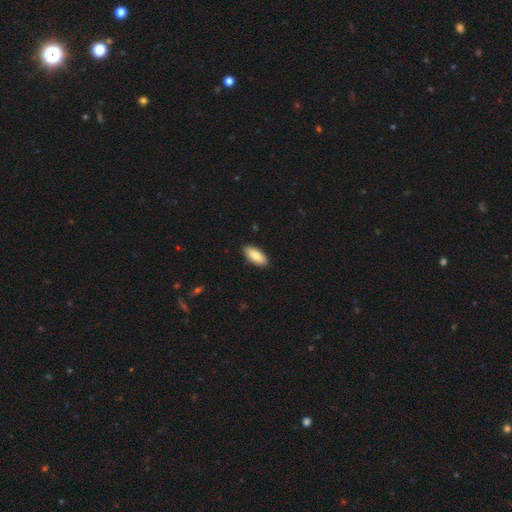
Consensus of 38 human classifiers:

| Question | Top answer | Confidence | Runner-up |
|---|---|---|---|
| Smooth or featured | smooth | 92% | featured or disk (5%) |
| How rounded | in between | 97% | cigar-shaped (3%) |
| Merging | none | 89% | minor disturbance (5%) |